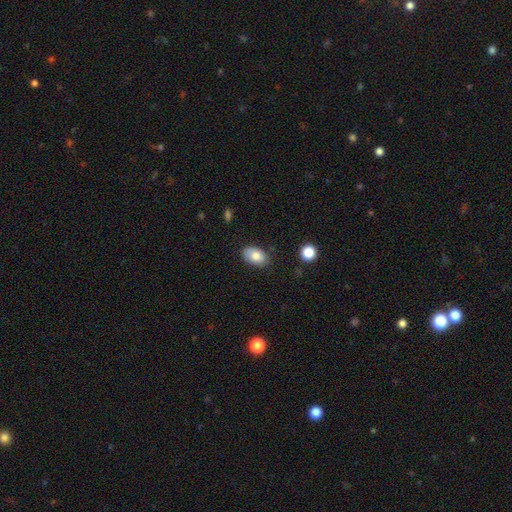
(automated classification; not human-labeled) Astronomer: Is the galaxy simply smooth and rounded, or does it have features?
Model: smooth — 82%.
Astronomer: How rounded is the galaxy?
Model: in between — 91%.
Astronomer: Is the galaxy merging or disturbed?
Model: none — 81%.